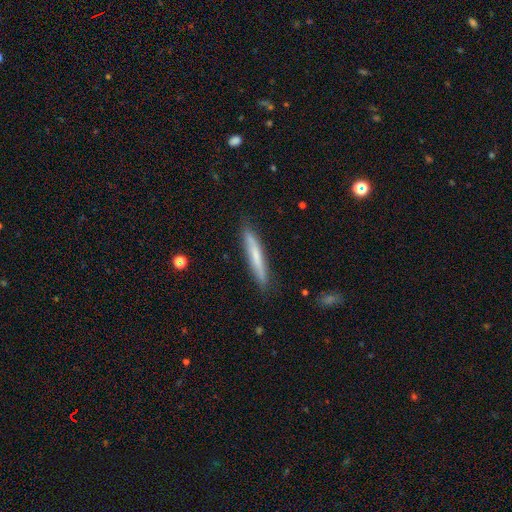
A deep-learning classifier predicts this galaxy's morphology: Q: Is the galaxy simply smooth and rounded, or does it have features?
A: smooth — 60%.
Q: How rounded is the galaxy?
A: cigar-shaped — 95%.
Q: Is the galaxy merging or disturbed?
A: none — 86%.